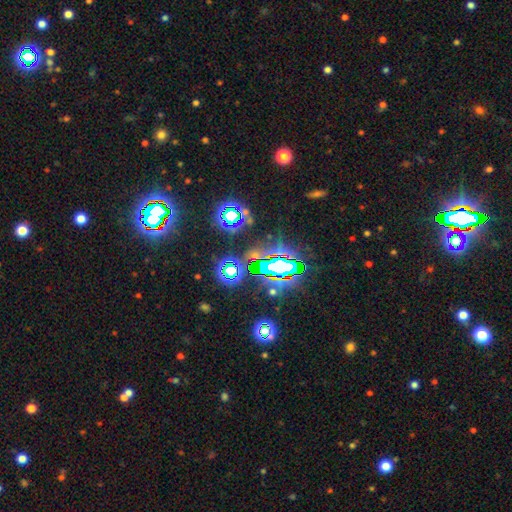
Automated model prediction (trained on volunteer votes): This is likely a star or artifact rather than a galaxy (76%).